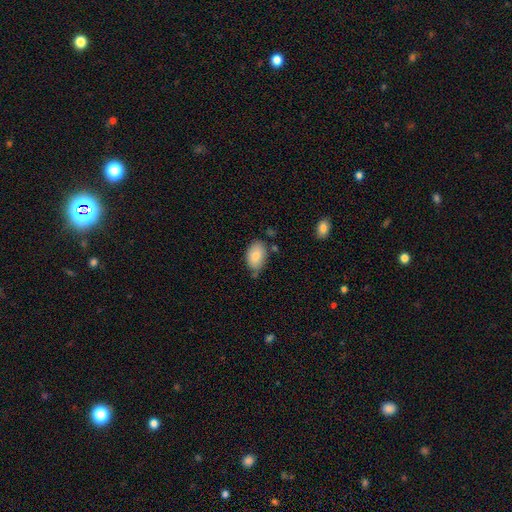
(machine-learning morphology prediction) smooth-or-featured: smooth: 83% | featured or disk: 10% | star or artifact: 7%
  how-rounded: in between: 90% | round: 9% | cigar-shaped: 1%
  merging: none: 66% | minor disturbance: 24% | merger: 6% | major disturbance: 4%